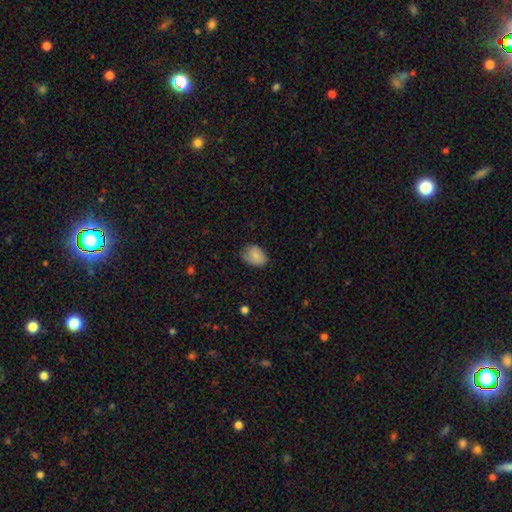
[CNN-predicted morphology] The model was most divided on "merging": none: 66%, minor disturbance: 27%, major disturbance: 6%, merger: 1%. More confident: smooth or featured — smooth (79%); how rounded — in between (75%).